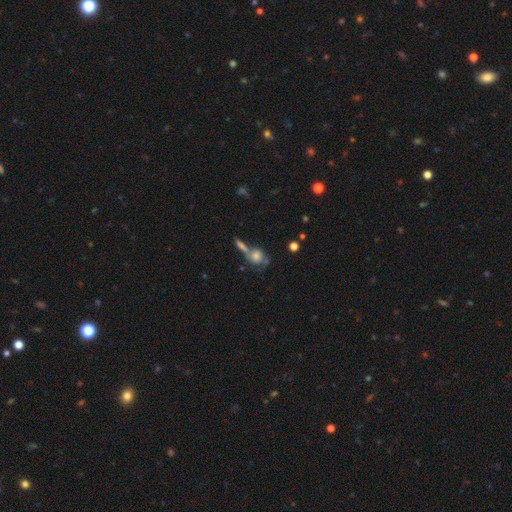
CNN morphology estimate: Q: Smooth or featured?
A: smooth (48%); runner-up: featured or disk (39%)
Q: Merging?
A: none (36%); runner-up: merger (35%)